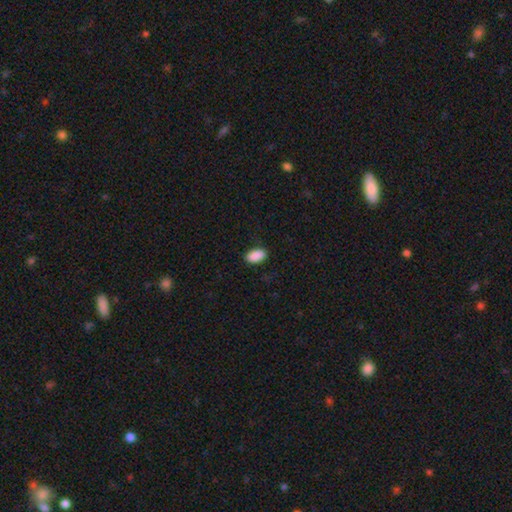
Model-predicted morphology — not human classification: A smooth galaxy with no disk features (90%) that is in between round and cigar-shaped (94%).

Vote fractions:
- Smooth or featured? smooth: 90% / star or artifact: 7% / featured or disk: 3%
- How rounded? in between: 94% / round: 4% / cigar-shaped: 3%
- Merging? none: 87% / minor disturbance: 10% / major disturbance: 2% / merger: 1%